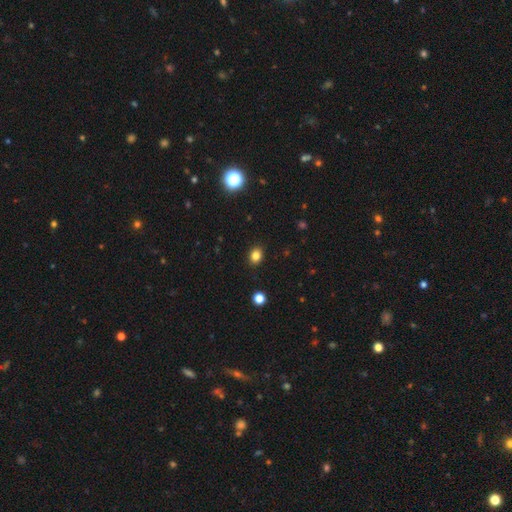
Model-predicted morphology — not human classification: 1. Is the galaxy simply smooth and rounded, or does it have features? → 83% smooth, 12% star or artifact, 5% featured or disk.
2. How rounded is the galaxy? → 53% round, 46% in between, 1% cigar-shaped.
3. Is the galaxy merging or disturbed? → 90% none, 7% minor disturbance, 2% major disturbance, 1% merger.